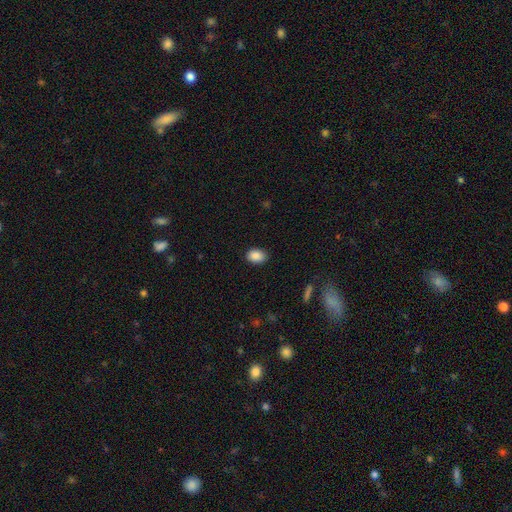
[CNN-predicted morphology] smooth_or_featured: smooth (p=0.88) [alt: star or artifact p=0.08]
how_rounded: in between (p=0.78) [alt: round p=0.21]
merging: none (p=0.86) [alt: minor disturbance p=0.10]